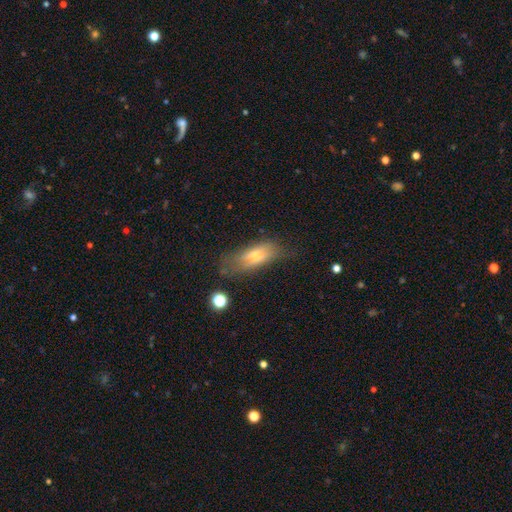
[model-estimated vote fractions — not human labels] This appears to be a smooth galaxy with no disk features (59%) that is in between round and cigar-shaped (68%). Merging: none (57%).